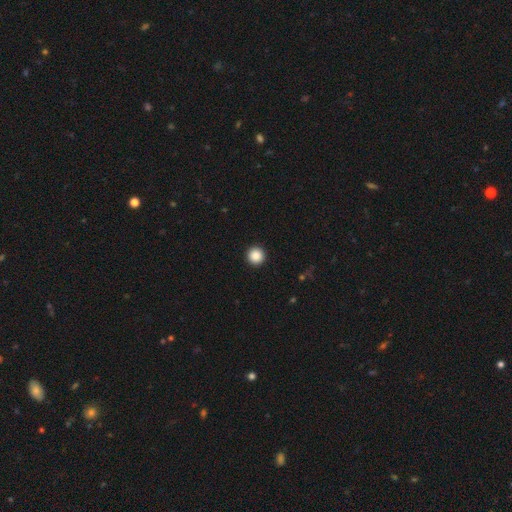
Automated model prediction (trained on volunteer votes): Smooth or featured?
  - smooth: 88% *
  - star or artifact: 9%
  - featured or disk: 3%
How rounded?
  - round: 97% *
  - in between: 2%
  - cigar-shaped: 1%
Merging?
  - none: 94% *
  - minor disturbance: 4%
  - major disturbance: 1%
  - merger: 1%